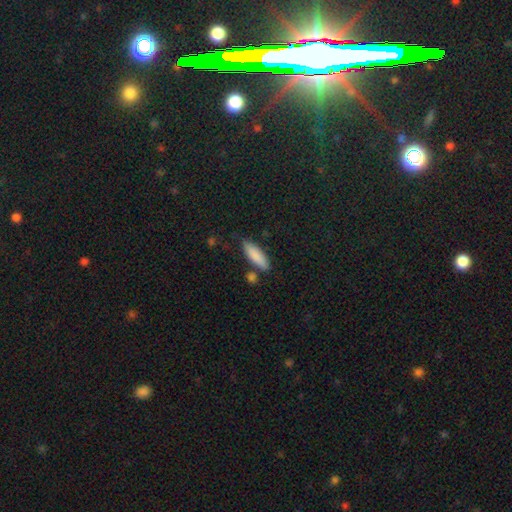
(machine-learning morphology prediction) Q: Smooth or featured?
A: smooth (86%); runner-up: featured or disk (8%)
Q: How rounded?
A: cigar-shaped (52%); runner-up: in between (46%)
Q: Merging?
A: none (73%); runner-up: minor disturbance (16%)